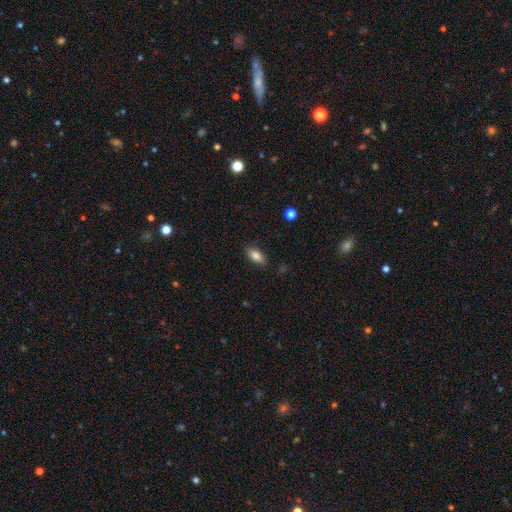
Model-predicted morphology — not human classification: smooth_or_featured: smooth (p=0.82) [alt: featured or disk p=0.10]
how_rounded: in between (p=0.85) [alt: cigar-shaped p=0.11]
merging: none (p=0.86) [alt: minor disturbance p=0.10]